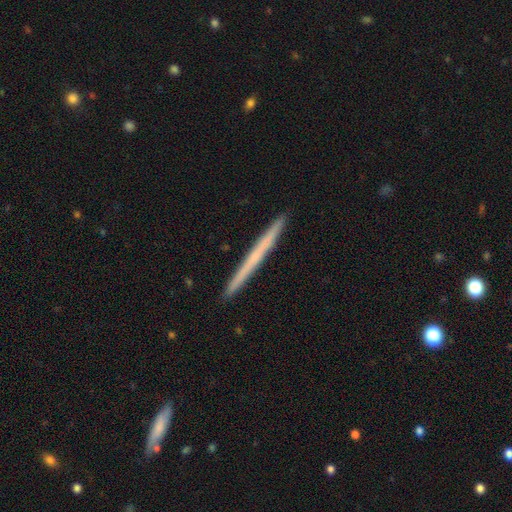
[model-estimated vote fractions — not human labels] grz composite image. It shows a featured or disk galaxy (49%). Merging: none (92%).